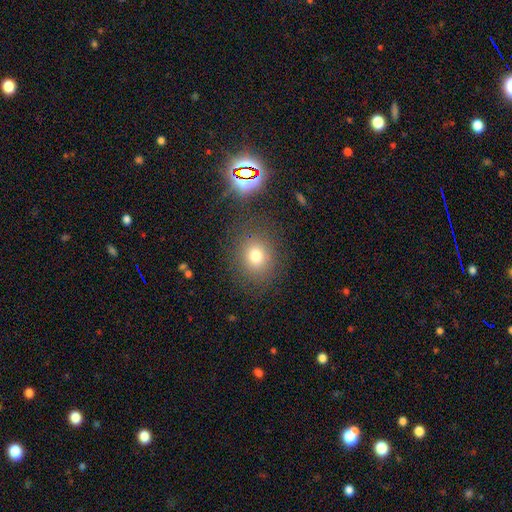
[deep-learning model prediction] This is likely a smooth galaxy (75%). How rounded: likely round (72%). Merging: clearly none (80%).